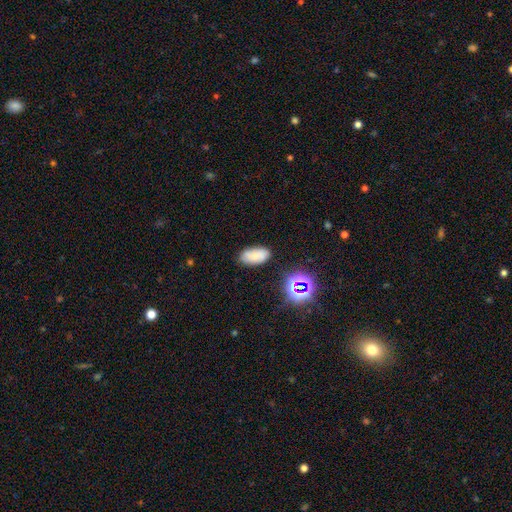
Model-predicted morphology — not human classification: A smooth galaxy with no disk features (72%) that is in between round and cigar-shaped (93%).

Vote fractions:
- Smooth or featured? smooth: 72% / star or artifact: 15% / featured or disk: 13%
- How rounded? in between: 93% / round: 4% / cigar-shaped: 4%
- Merging? none: 78% / minor disturbance: 16% / major disturbance: 4% / merger: 3%